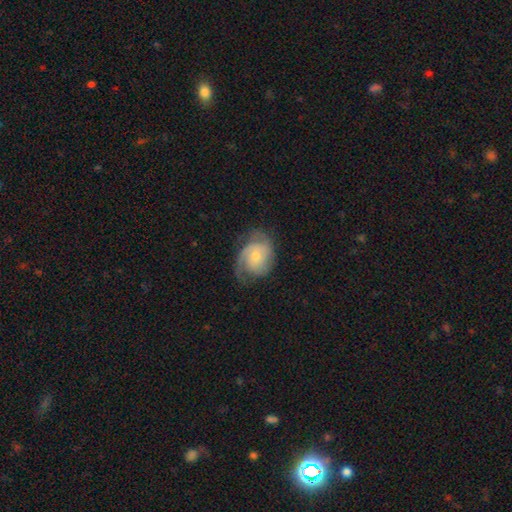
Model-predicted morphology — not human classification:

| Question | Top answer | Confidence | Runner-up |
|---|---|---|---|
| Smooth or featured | featured or disk | 75% | smooth (19%) |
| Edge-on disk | no | 97% | yes (3%) |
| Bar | no | 73% | weak (24%) |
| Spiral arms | yes | 93% | no (7%) |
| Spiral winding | tight | 48% | medium (37%) |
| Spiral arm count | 2 | 47% | can't tell (20%) |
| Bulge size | small | 53% | moderate (41%) |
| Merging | none | 62% | minor disturbance (23%) |